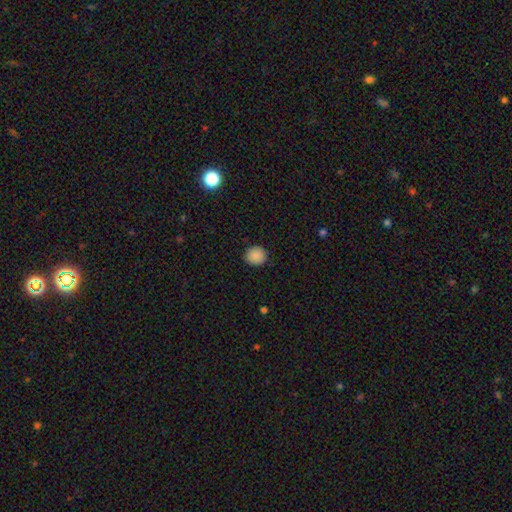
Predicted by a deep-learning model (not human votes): Overall: smooth (89%). How rounded: round (88%). Merging: none (91%).